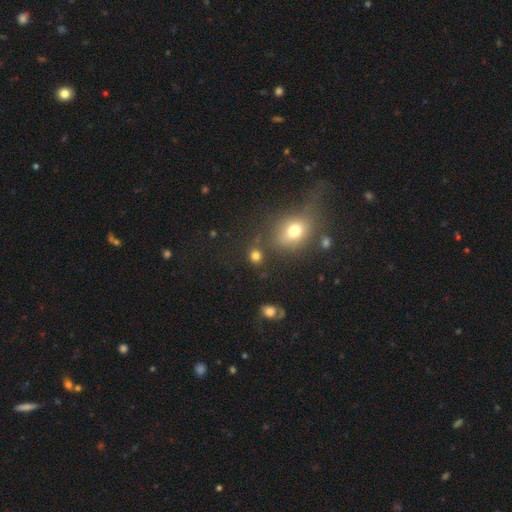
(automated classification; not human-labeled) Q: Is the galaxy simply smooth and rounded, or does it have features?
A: smooth — 78%.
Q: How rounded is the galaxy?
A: round — 77%.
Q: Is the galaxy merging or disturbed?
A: none — 78%.